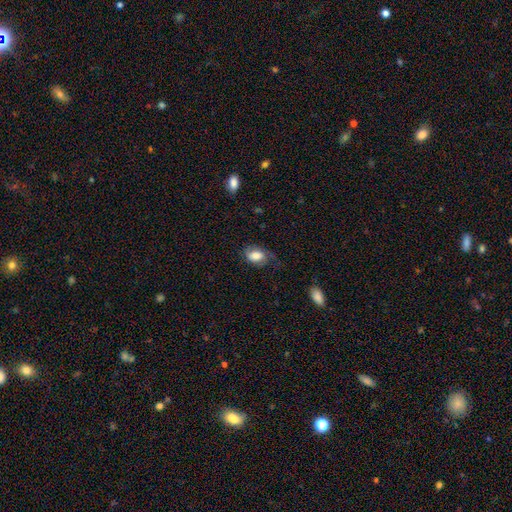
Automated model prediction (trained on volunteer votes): Smooth or featured? smooth (66%)
How rounded? in between (81%)
Merging? none (47%)